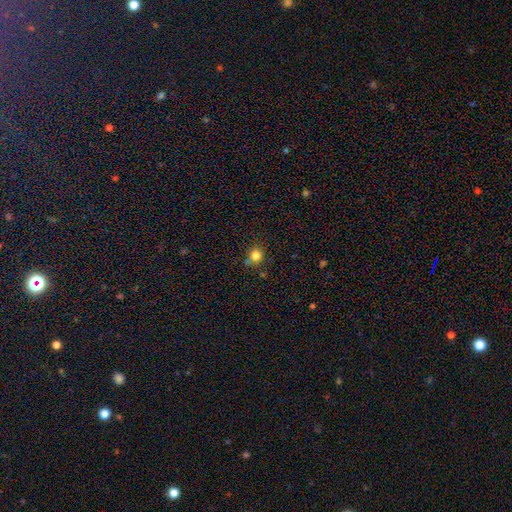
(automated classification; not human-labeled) Smooth or featured? Predicted: smooth (p=0.82). How rounded? Predicted: round (p=0.84). Merging? Predicted: none (p=0.74).